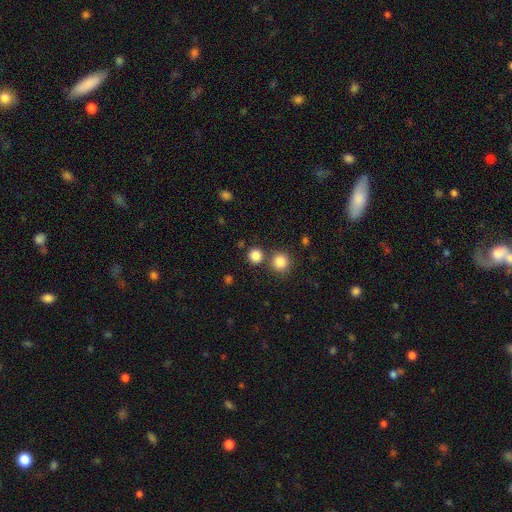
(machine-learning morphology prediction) smooth 83%, star or artifact 12%, featured or disk 4%. Down the decision tree: how rounded — round (92%); merging — none (75%).